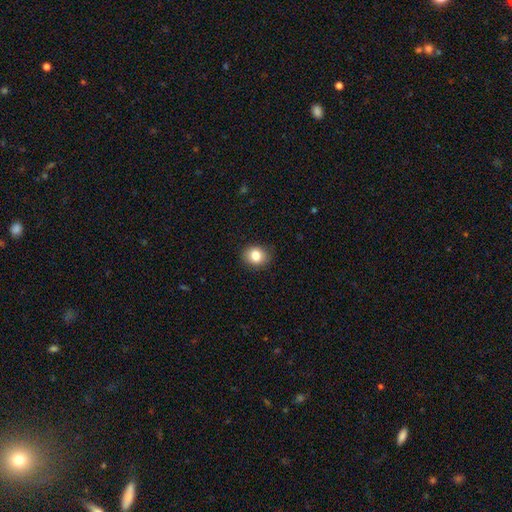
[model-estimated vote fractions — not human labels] Overall: smooth (83%). How rounded: round (57%; in between 42%). Merging: none (88%).